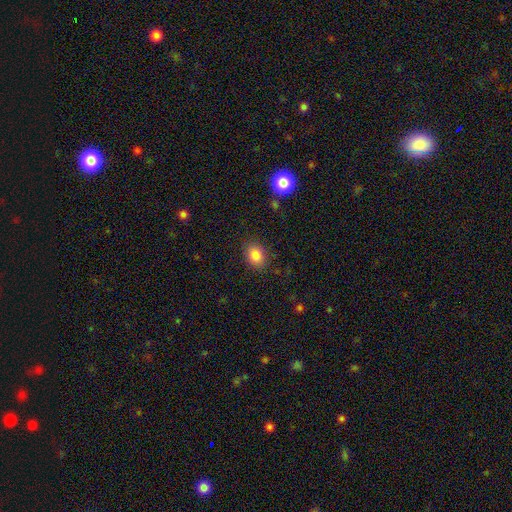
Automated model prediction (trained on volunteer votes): Overall: smooth (85%). How rounded: in between (60%; round 39%). Merging: none (85%).